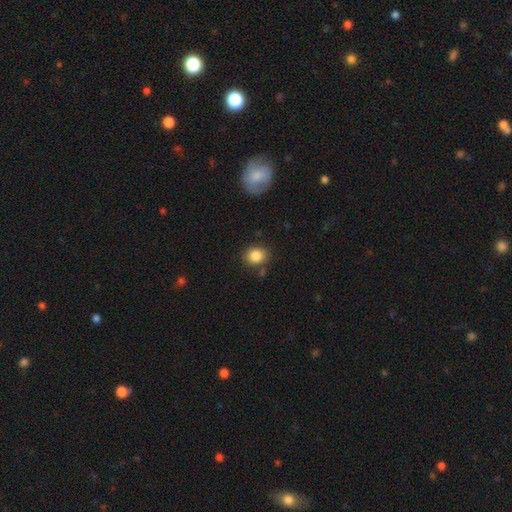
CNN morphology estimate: smooth_or_featured: smooth (p=0.85) [alt: star or artifact p=0.09]
how_rounded: round (p=0.65) [alt: in between p=0.34]
merging: none (p=0.79) [alt: minor disturbance p=0.12]